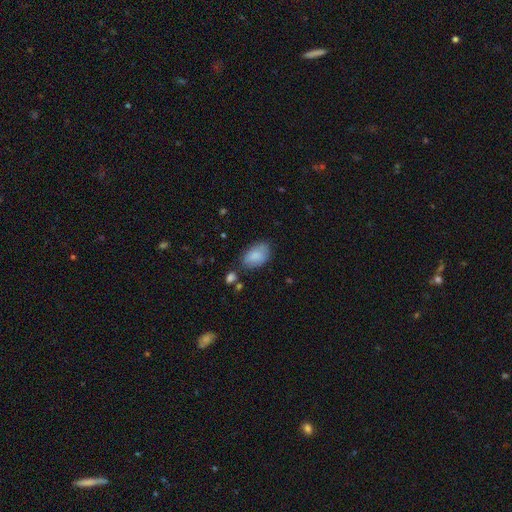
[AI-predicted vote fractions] Smooth or featured? smooth (84%)
How rounded? in between (90%)
Merging? none (66%)